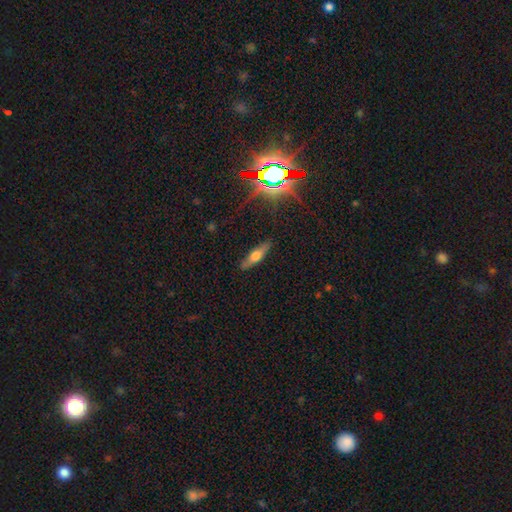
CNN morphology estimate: This is possibly a featured or disk galaxy (48%). Merging: clearly none (87%).